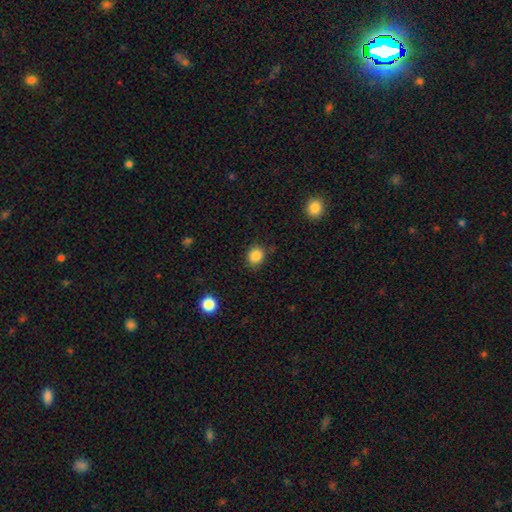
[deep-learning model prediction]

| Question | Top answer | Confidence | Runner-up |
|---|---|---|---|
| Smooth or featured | smooth | 86% | star or artifact (10%) |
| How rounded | round | 79% | in between (20%) |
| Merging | none | 85% | minor disturbance (10%) |